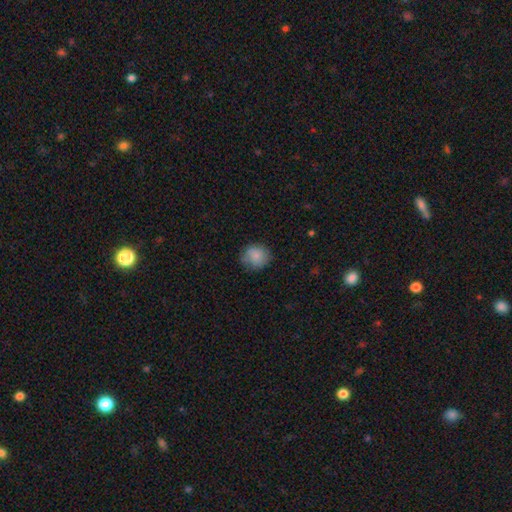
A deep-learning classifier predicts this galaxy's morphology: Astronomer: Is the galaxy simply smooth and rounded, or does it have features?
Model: smooth — 83%.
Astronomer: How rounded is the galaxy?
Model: round — 85%.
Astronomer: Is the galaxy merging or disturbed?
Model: none — 75%.